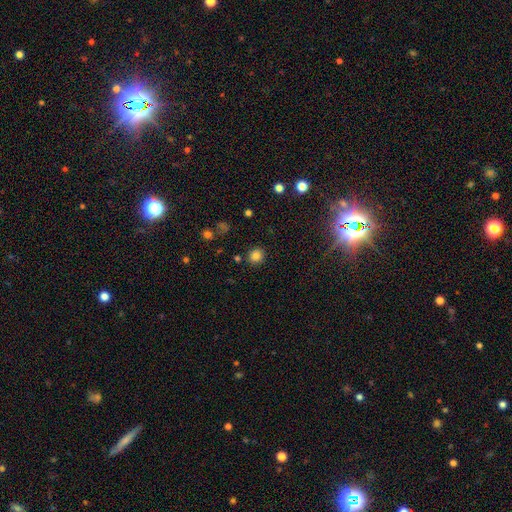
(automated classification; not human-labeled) smooth 83%, star or artifact 13%, featured or disk 4%. Down the decision tree: how rounded — round (88%); merging — none (88%).